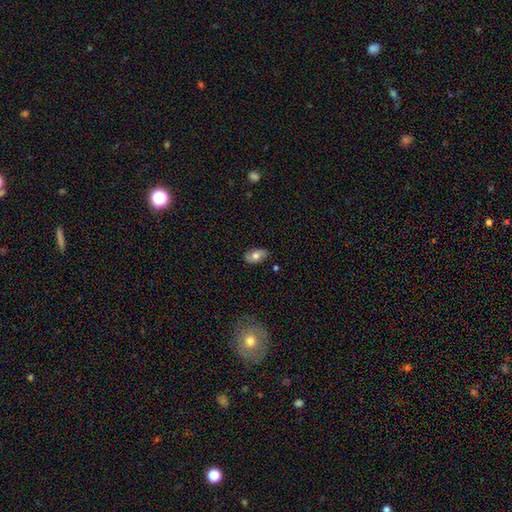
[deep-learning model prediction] Smooth or featured? smooth (69%)
How rounded? in between (91%)
Merging? none (80%)